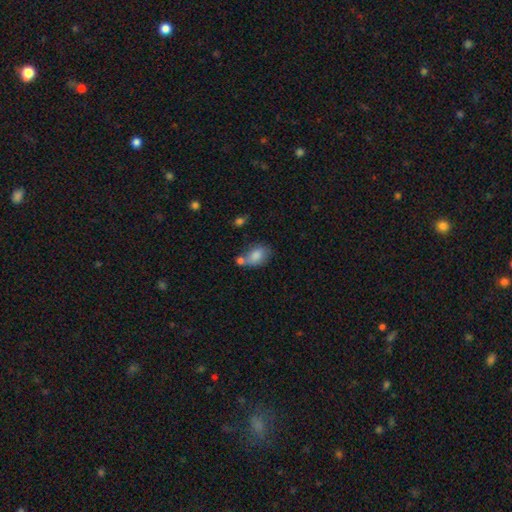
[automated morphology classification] Smooth or featured: smooth — 82% (featured or disk — 10%)
How rounded: in between — 80% (round — 18%)
Merging: none — 45% (merger — 28%)